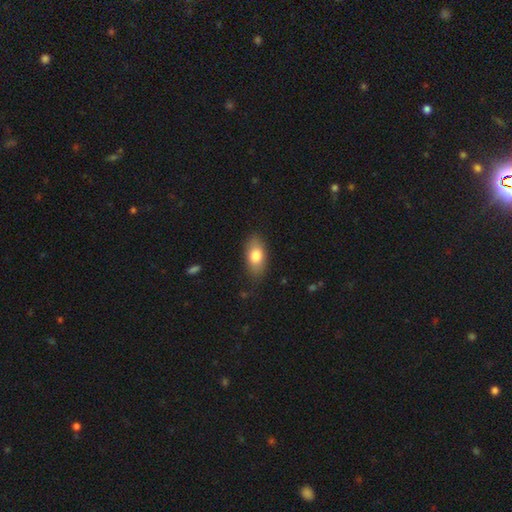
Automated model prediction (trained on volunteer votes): Smooth or featured? Predicted: smooth (p=0.78). How rounded? Predicted: in between (p=0.88). Merging? Predicted: none (p=0.79).